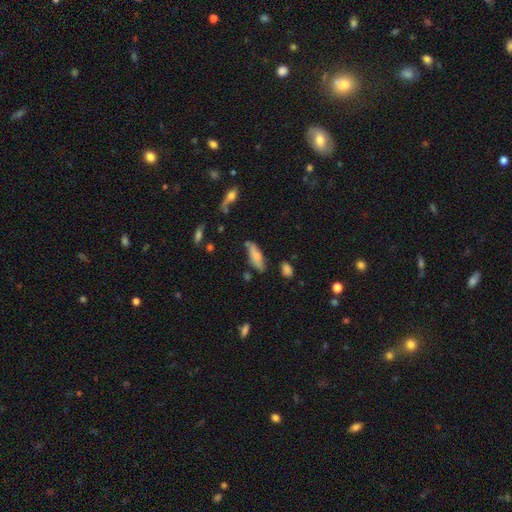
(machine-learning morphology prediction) type=smooth (72%); roundness=in between (61%); merging=none (62%).